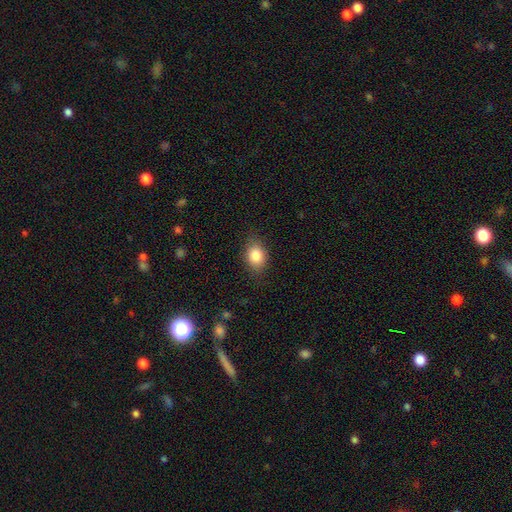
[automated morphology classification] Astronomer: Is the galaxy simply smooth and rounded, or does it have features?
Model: smooth — 84%.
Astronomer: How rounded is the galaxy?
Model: in between — 69%.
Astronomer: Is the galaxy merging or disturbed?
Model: none — 80%.